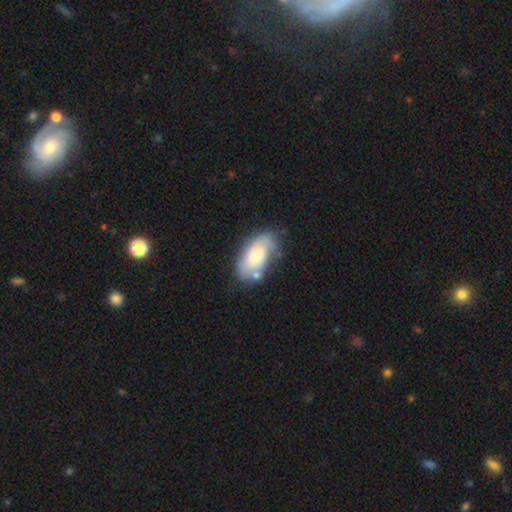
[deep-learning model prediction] Smooth or featured? smooth (50%)
Merging? none (60%)